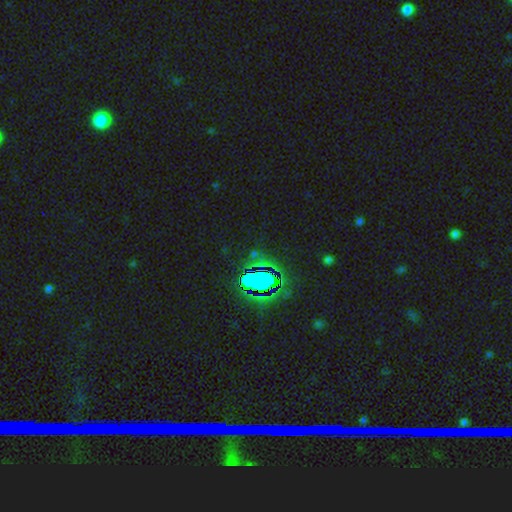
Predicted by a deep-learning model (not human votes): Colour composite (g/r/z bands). It shows a star or artifact, not a galaxy (76%).